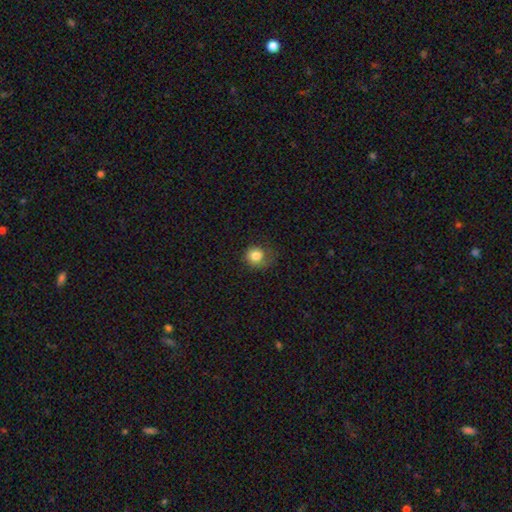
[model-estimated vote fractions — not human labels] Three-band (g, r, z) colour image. It shows a smooth galaxy with no disk features (83%) that is round (79%). Merging: none (56%).